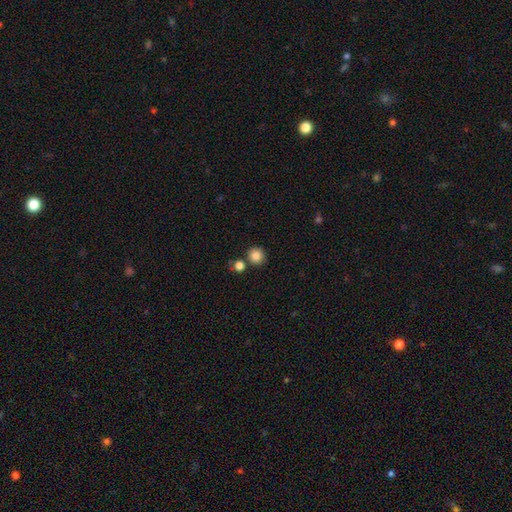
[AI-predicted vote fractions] smooth_or_featured: smooth (p=0.85) [alt: star or artifact p=0.11]
how_rounded: round (p=0.92) [alt: in between p=0.07]
merging: none (p=0.79) [alt: merger p=0.11]